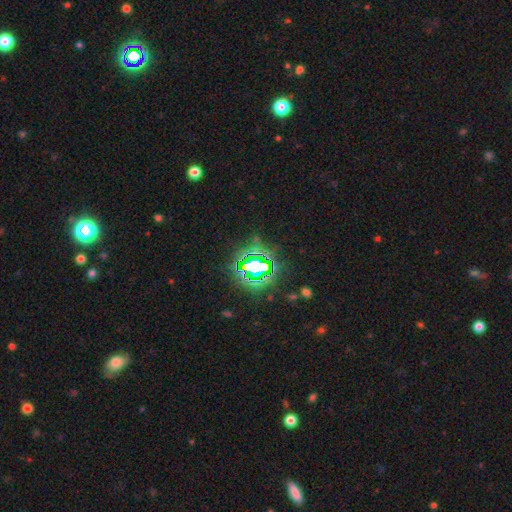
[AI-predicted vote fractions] Overall: star or artifact (81%).